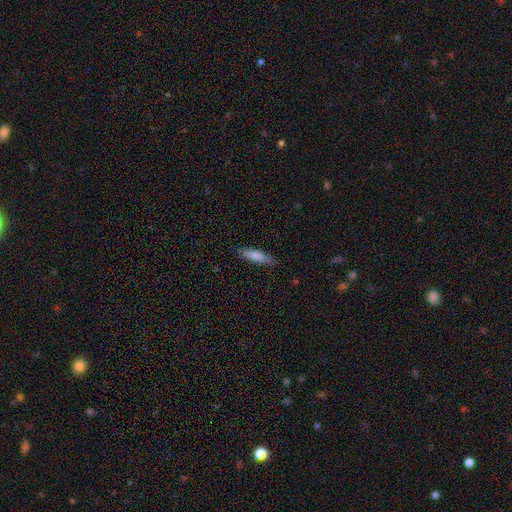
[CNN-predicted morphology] The model was most divided on "how rounded": cigar-shaped: 67%, in between: 32%, round: 2%. More confident: merging — none (82%); smooth or featured — smooth (81%).